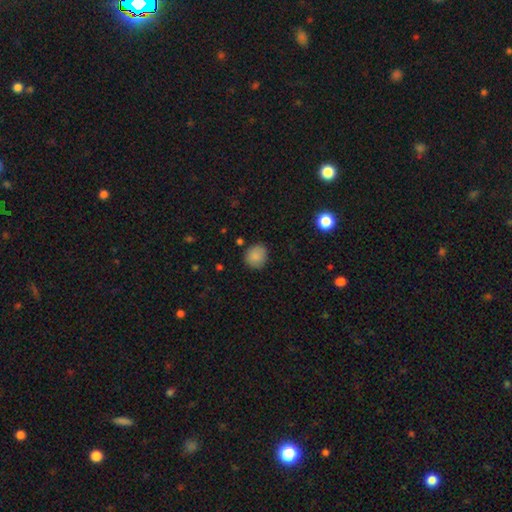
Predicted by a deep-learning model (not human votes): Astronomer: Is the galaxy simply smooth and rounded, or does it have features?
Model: smooth — 86%.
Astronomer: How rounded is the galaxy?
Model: round — 83%.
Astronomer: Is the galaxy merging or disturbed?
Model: none — 83%.